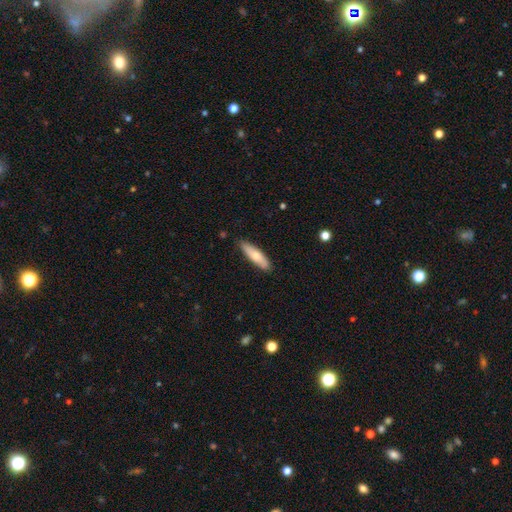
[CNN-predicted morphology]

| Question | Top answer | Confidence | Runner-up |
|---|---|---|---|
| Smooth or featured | smooth | 71% | featured or disk (23%) |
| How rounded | cigar-shaped | 64% | in between (35%) |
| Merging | none | 85% | minor disturbance (12%) |